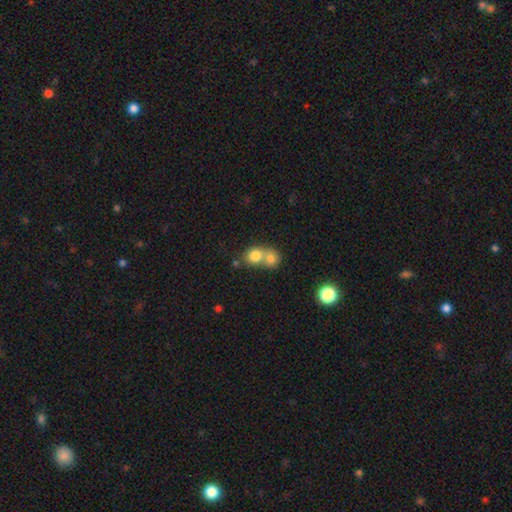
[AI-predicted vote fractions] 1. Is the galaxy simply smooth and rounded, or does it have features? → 77% smooth, 13% featured or disk, 10% star or artifact.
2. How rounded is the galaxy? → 71% round, 28% in between, 1% cigar-shaped.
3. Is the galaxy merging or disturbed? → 68% merger, 25% none, 5% minor disturbance, 2% major disturbance.